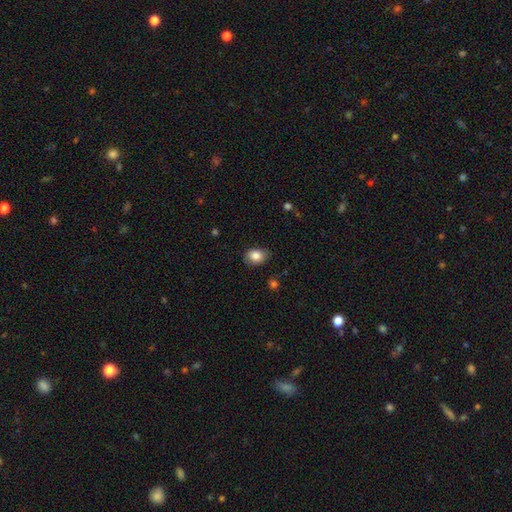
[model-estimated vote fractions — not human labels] This is clearly a smooth galaxy (85%). How rounded: likely in between (66%). Merging: likely none (77%).